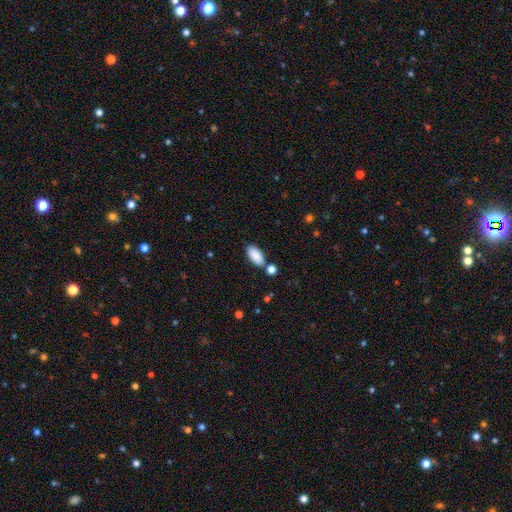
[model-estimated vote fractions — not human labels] The model was most divided on "merging": none: 75%, minor disturbance: 11%, merger: 10%, major disturbance: 3%. More confident: how rounded — in between (92%); smooth or featured — smooth (89%).